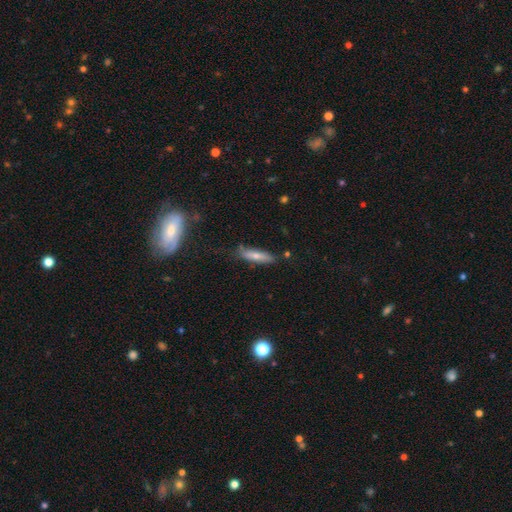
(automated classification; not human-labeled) This appears to be a smooth galaxy with no disk features (68%) that is cigar-shaped (69%). Merging: none (74%).